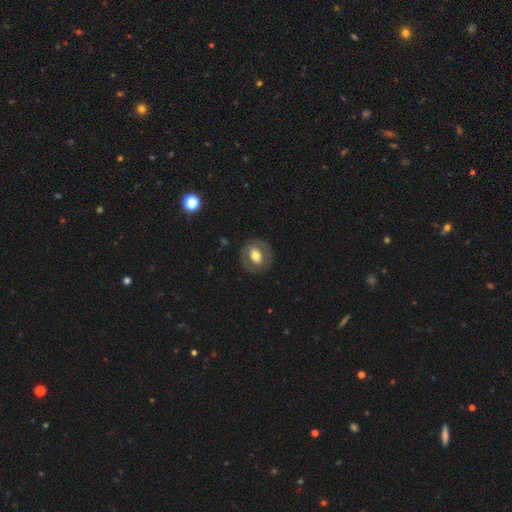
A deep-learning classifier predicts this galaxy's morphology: Q: Smooth or featured?
A: smooth (51%); runner-up: featured or disk (42%)
Q: How rounded?
A: round (70%); runner-up: in between (29%)
Q: Merging?
A: none (83%); runner-up: minor disturbance (10%)